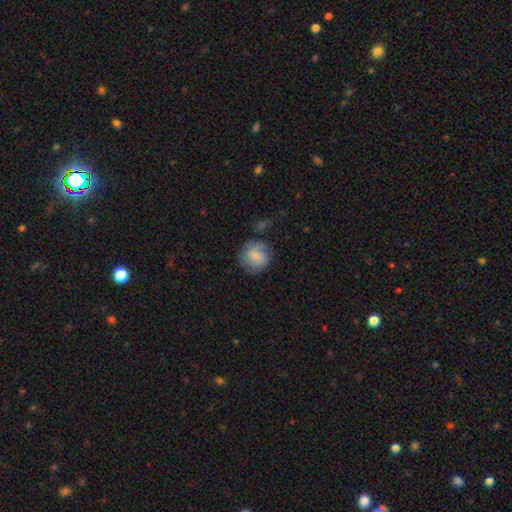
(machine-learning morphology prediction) The model was most divided on "merging": none: 68%, minor disturbance: 20%, major disturbance: 7%, merger: 4%. More confident: how rounded — round (88%); smooth or featured — smooth (78%).